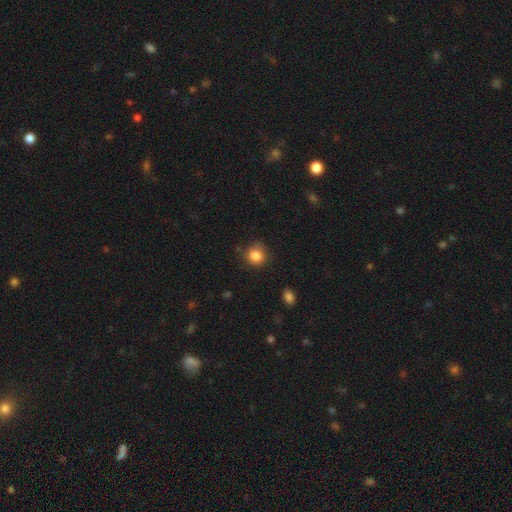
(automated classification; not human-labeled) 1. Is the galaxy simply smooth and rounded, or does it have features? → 84% smooth, 11% star or artifact, 5% featured or disk.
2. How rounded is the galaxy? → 88% round, 11% in between, 1% cigar-shaped.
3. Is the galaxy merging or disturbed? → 77% none, 17% minor disturbance, 4% major disturbance, 2% merger.